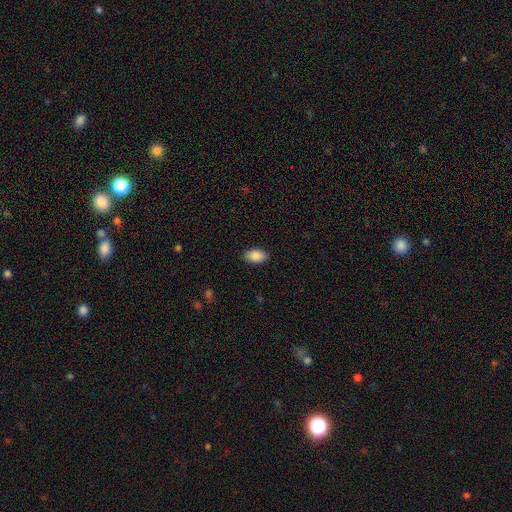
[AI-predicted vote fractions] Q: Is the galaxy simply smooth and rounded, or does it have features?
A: smooth — 88%.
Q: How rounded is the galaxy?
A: in between — 93%.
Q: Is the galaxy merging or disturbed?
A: none — 87%.